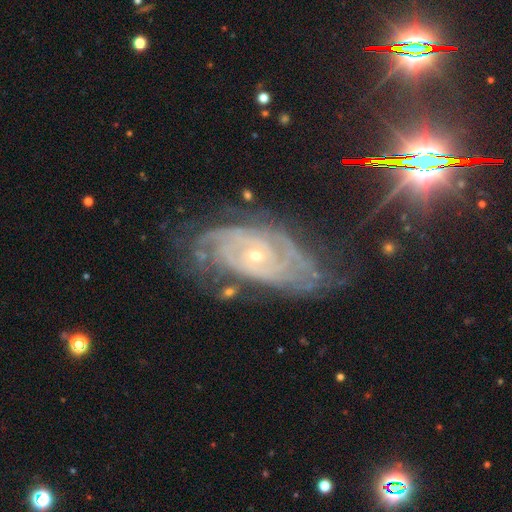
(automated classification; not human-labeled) Smooth or featured? featured or disk (86%)
Edge-on disk? no (94%)
Bar? no (70%)
Spiral arms? yes (97%)
Spiral winding? tight (76%)
Spiral arm count? can't tell (36%)
Bulge size? small (69%)
Merging? none (63%)